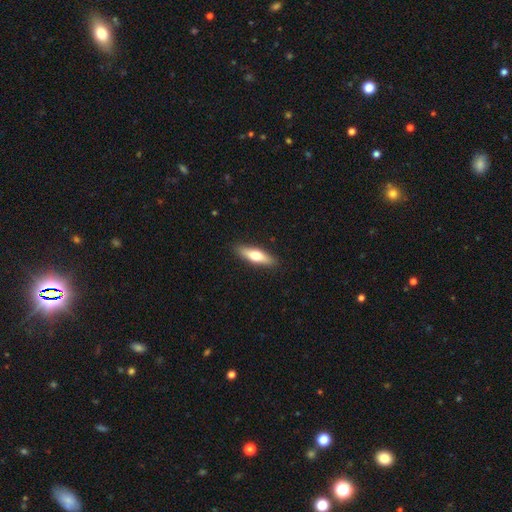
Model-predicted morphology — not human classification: Smooth or featured?
  - smooth: 61% *
  - featured or disk: 33%
  - star or artifact: 5%
How rounded?
  - cigar-shaped: 62% *
  - in between: 36%
  - round: 2%
Merging?
  - none: 89% *
  - minor disturbance: 8%
  - major disturbance: 2%
  - merger: 1%